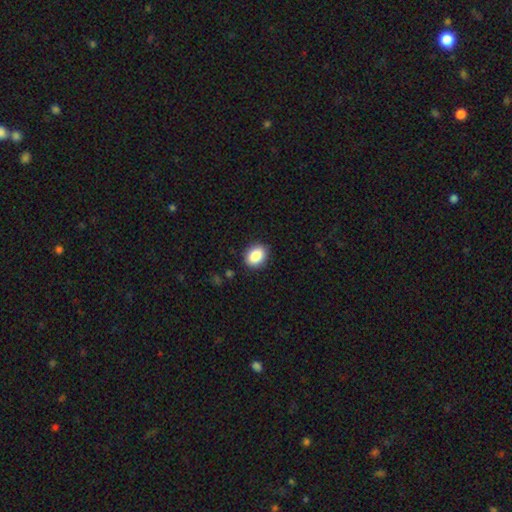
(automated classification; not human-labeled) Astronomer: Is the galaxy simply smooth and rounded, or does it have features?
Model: smooth — 86%.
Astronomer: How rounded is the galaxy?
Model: in between — 64%.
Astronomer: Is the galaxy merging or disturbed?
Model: none — 88%.